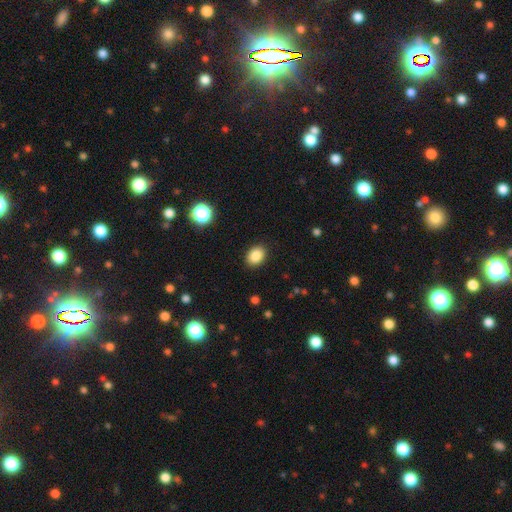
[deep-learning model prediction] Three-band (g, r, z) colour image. It shows a smooth galaxy with no disk features (87%) that is in between round and cigar-shaped (61%). Merging: none (89%).